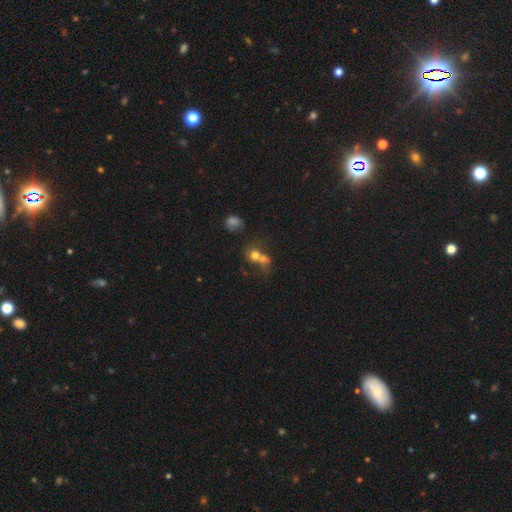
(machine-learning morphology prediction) This is likely a smooth galaxy (67%). How rounded: likely round (70%). Merging: likely merger (65%).